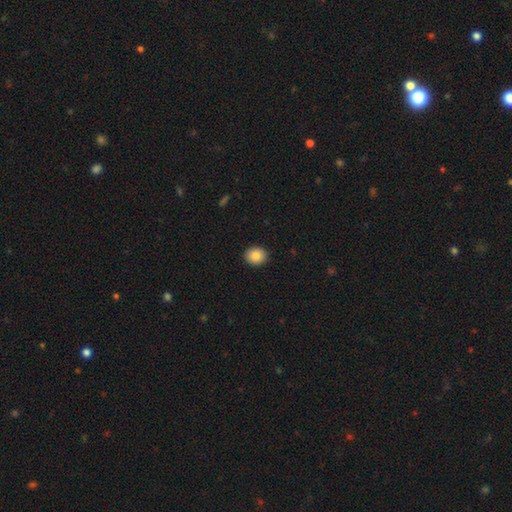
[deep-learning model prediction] Overall: smooth (85%). How rounded: round (63%; in between 37%). Merging: none (91%).